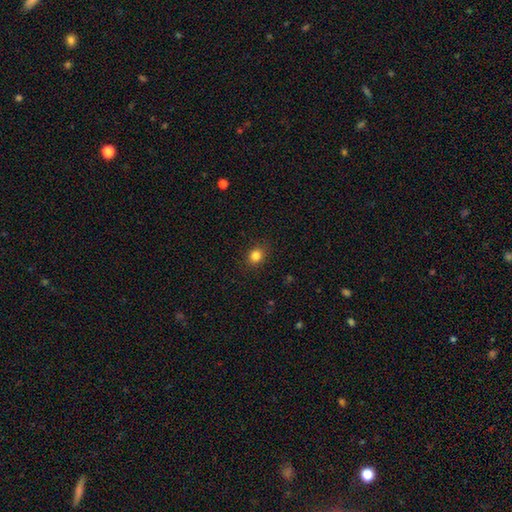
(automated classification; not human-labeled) A smooth galaxy with no disk features (83%) that is round (72%). Merging: none (89%).